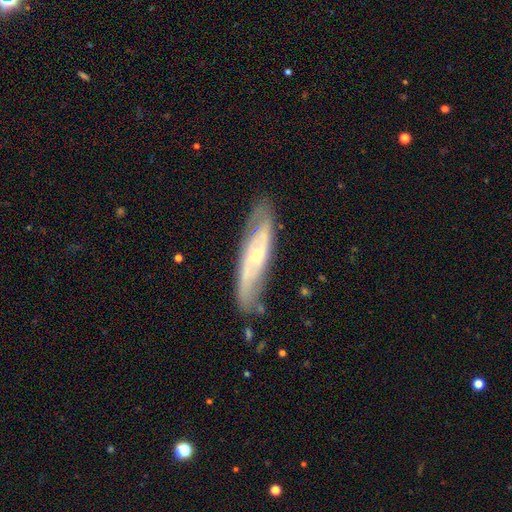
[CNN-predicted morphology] featured or disk 74%, smooth 20%, star or artifact 6%. Down the decision tree: edge-on disk — no (70%); bar — no (51%); spiral arms — yes (87%); bulge size — small (61%); merging — none (77%).